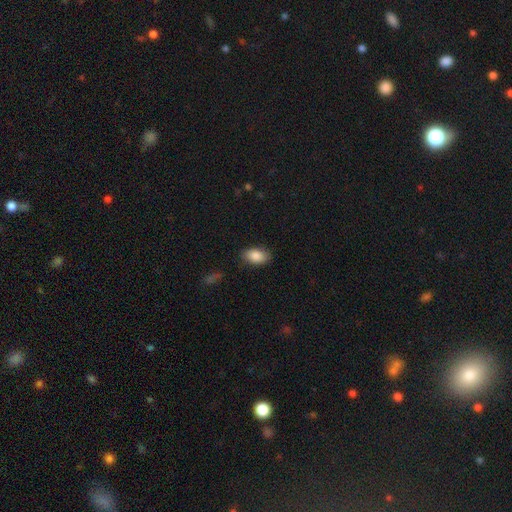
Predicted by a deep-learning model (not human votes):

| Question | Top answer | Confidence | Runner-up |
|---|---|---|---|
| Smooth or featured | smooth | 87% | star or artifact (7%) |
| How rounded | in between | 93% | round (6%) |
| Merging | none | 85% | minor disturbance (11%) |